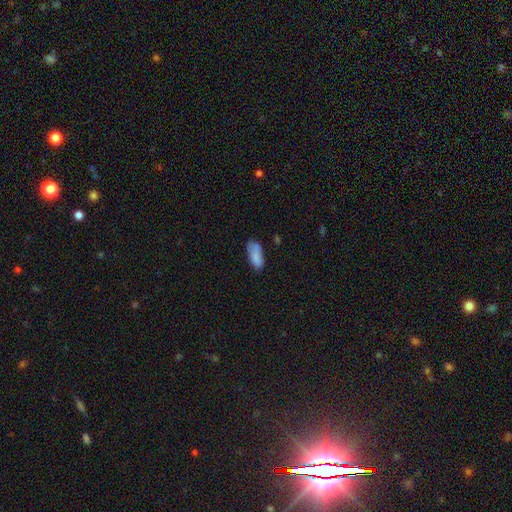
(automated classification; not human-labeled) Smooth or featured? Predicted: smooth (p=0.83). How rounded? Predicted: in between (p=0.85). Merging? Predicted: none (p=0.57).